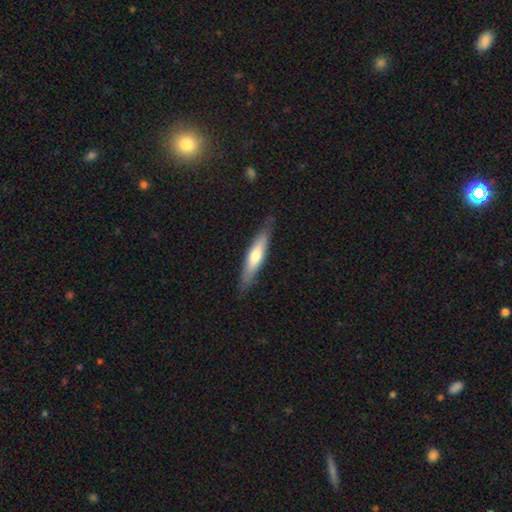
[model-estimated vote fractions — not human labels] Q: Smooth or featured?
A: smooth (56%); runner-up: featured or disk (39%)
Q: How rounded?
A: cigar-shaped (79%); runner-up: in between (20%)
Q: Merging?
A: none (83%); runner-up: minor disturbance (14%)